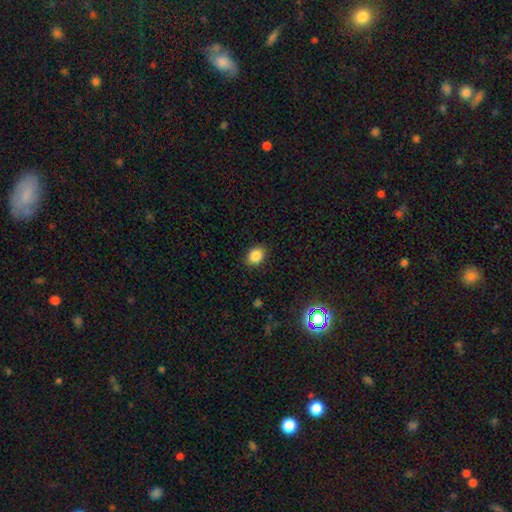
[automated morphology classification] smooth 86%, star or artifact 9%, featured or disk 4%. Down the decision tree: how rounded — in between (65%); merging — none (86%).